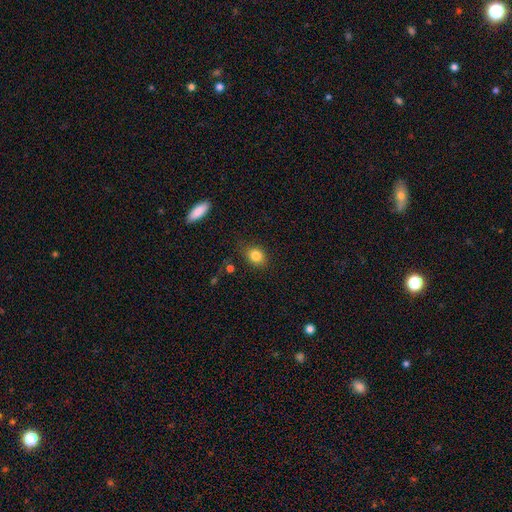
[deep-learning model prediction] Smooth or featured?
  - smooth: 83% *
  - star or artifact: 10%
  - featured or disk: 7%
How rounded?
  - in between: 53% *
  - round: 45%
  - cigar-shaped: 1%
Merging?
  - none: 78% *
  - minor disturbance: 16%
  - major disturbance: 4%
  - merger: 2%